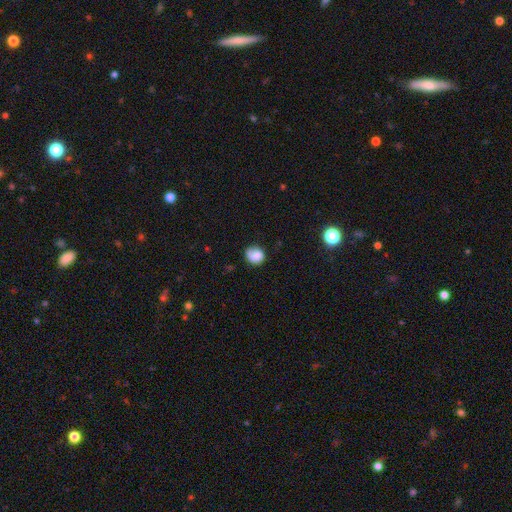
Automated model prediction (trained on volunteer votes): A smooth galaxy with no disk features (76%) that is round (74%). Merging: none (60%).